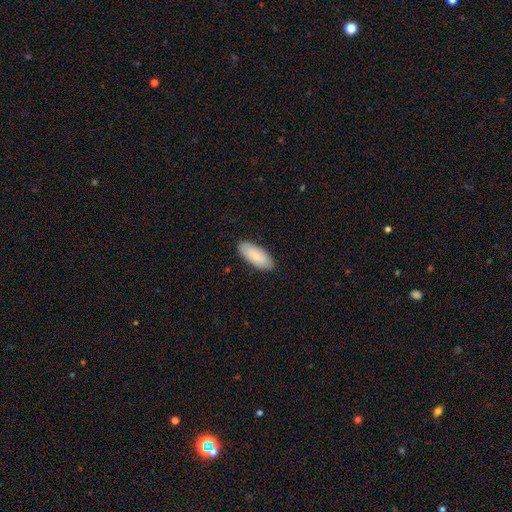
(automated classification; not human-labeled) Smooth or featured: smooth — 77% (featured or disk — 18%)
How rounded: in between — 87% (cigar-shaped — 11%)
Merging: none — 87% (minor disturbance — 10%)